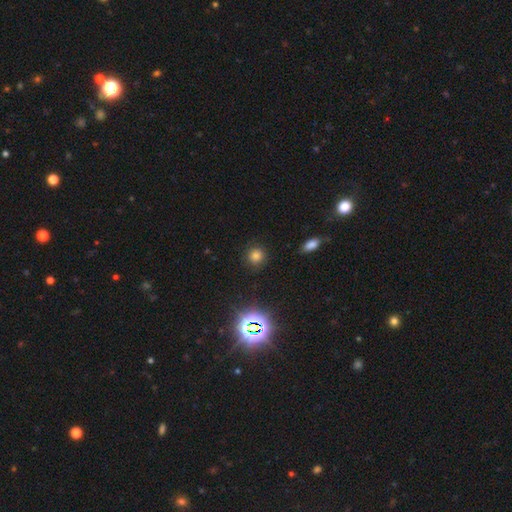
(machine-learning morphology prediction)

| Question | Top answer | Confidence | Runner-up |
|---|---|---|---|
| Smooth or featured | smooth | 75% | star or artifact (20%) |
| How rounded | round | 90% | in between (9%) |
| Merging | none | 88% | minor disturbance (8%) |